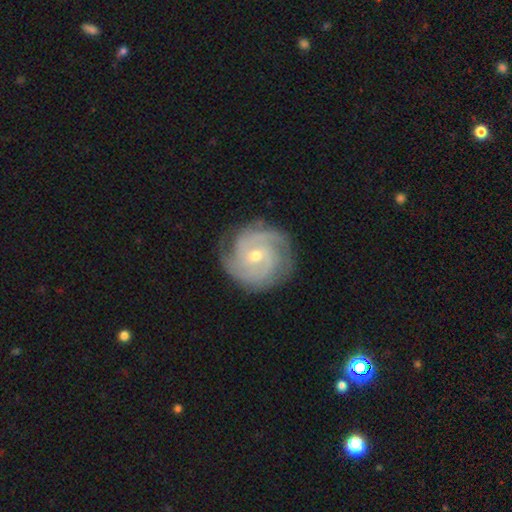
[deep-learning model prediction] Smooth or featured? featured or disk (88%)
Edge-on disk? no (98%)
Bar? no (57%)
Spiral arms? yes (98%)
Spiral winding? tight (66%)
Spiral arm count? 3 (39%)
Bulge size? small (57%)
Merging? none (82%)